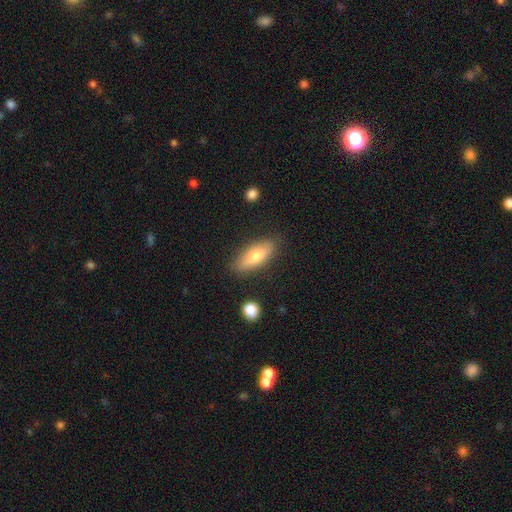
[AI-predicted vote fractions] smooth_or_featured: smooth (p=0.68) [alt: featured or disk p=0.26]
how_rounded: in between (p=0.61) [alt: cigar-shaped p=0.36]
merging: none (p=0.84) [alt: minor disturbance p=0.11]